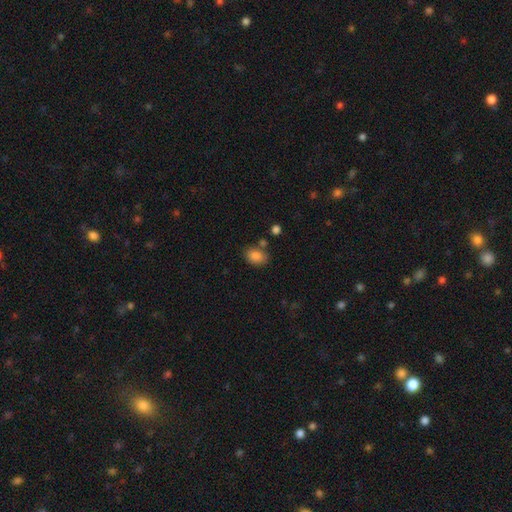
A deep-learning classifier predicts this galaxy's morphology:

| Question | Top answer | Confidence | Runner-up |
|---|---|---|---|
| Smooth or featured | smooth | 85% | star or artifact (9%) |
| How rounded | in between | 77% | round (22%) |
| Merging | none | 69% | minor disturbance (16%) |